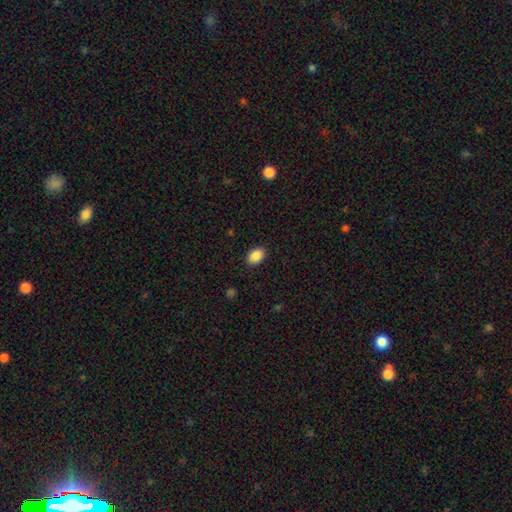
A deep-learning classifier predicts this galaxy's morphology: A smooth galaxy with no disk features (88%) that is in between round and cigar-shaped (83%).

Vote fractions:
- Smooth or featured? smooth: 88% / star or artifact: 8% / featured or disk: 3%
- How rounded? in between: 83% / round: 16% / cigar-shaped: 1%
- Merging? none: 89% / minor disturbance: 8% / major disturbance: 2% / merger: 1%